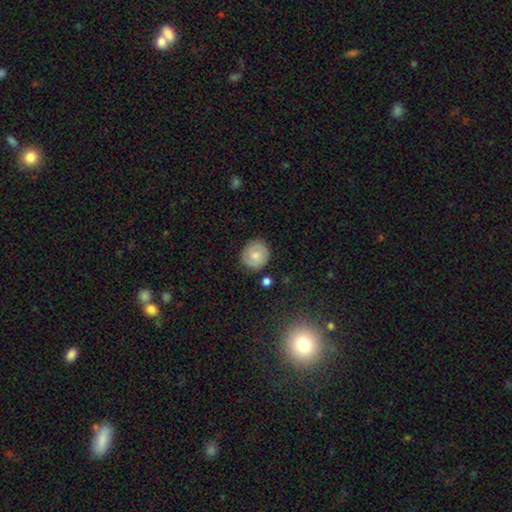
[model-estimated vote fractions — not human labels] Q: Smooth or featured?
A: smooth (57%); runner-up: featured or disk (35%)
Q: How rounded?
A: round (87%); runner-up: in between (12%)
Q: Merging?
A: none (83%); runner-up: minor disturbance (12%)